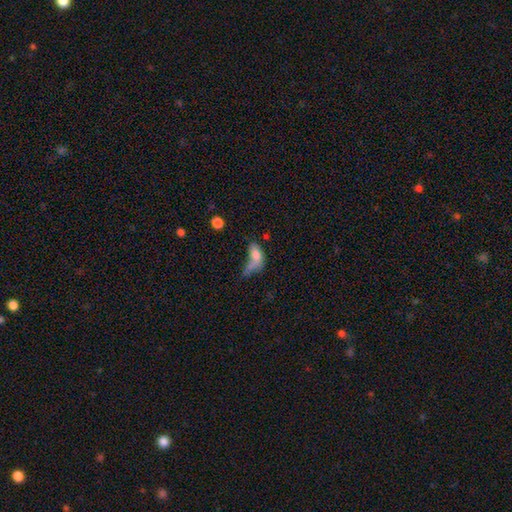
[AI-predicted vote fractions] This appears to be a smooth galaxy with no disk features (71%) that is in between round and cigar-shaped (83%). Merging: merger (32%).